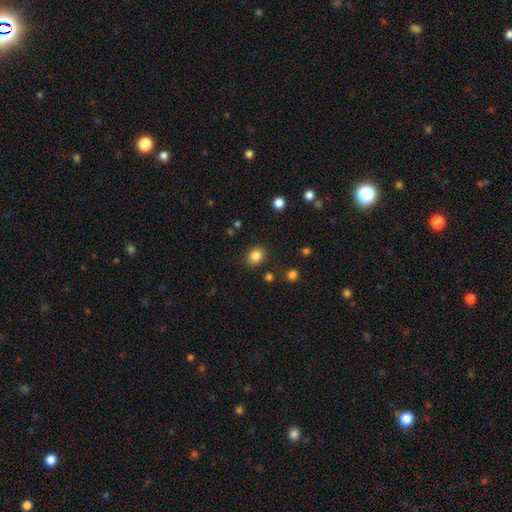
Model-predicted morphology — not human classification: A smooth galaxy with no disk features (84%) that is in between round and cigar-shaped (54%).

Vote fractions:
- Smooth or featured? smooth: 84% / star or artifact: 10% / featured or disk: 5%
- How rounded? in between: 54% / round: 45% / cigar-shaped: 1%
- Merging? none: 85% / minor disturbance: 10% / major disturbance: 3% / merger: 2%